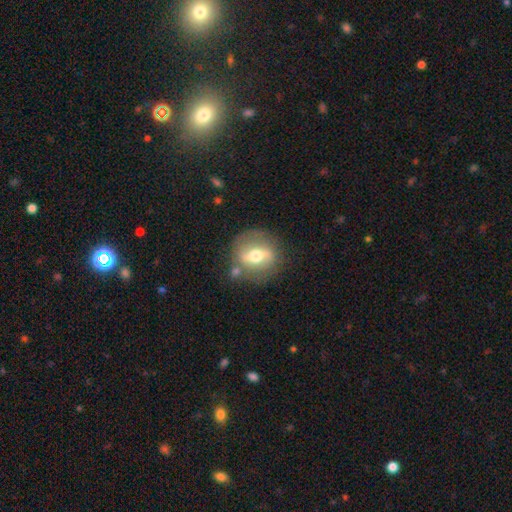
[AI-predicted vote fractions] Smooth or featured? featured or disk (56%)
Edge-on disk? no (85%)
Merging? none (73%)